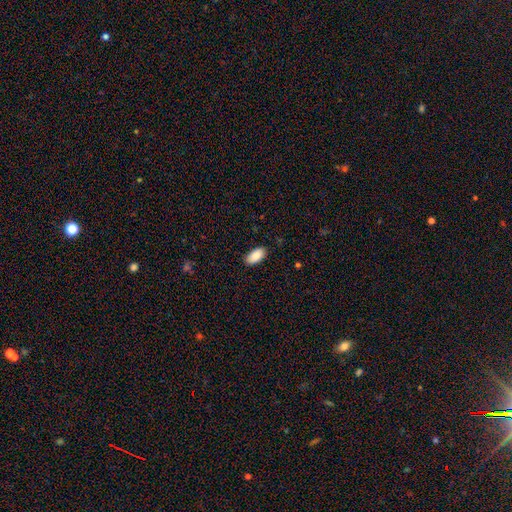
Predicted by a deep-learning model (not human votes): Smooth or featured? smooth (90%)
How rounded? in between (94%)
Merging? none (87%)